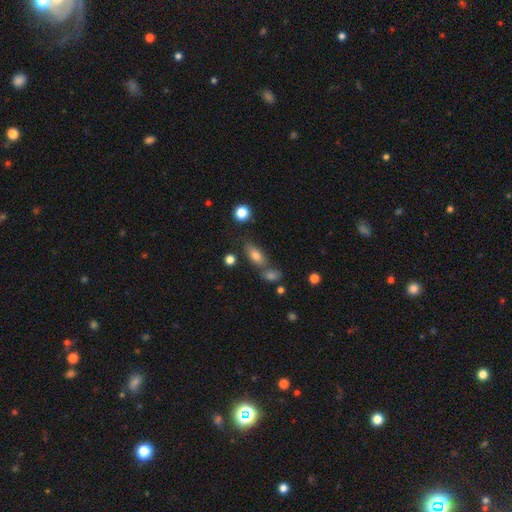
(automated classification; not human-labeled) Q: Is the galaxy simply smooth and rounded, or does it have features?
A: smooth — 70%.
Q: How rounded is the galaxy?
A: in between — 75%.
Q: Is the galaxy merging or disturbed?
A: none — 61%.